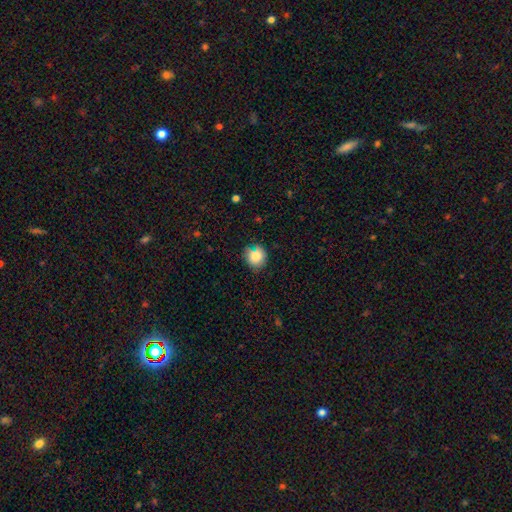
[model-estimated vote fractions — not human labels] A smooth galaxy with no disk features (84%) that is round (84%). Merging: none (70%).